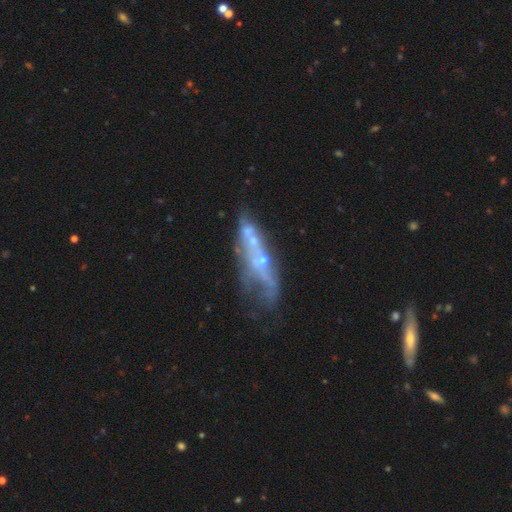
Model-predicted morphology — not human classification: Smooth or featured?
  - featured or disk: 64% *
  - smooth: 22%
  - star or artifact: 14%
Edge-on disk?
  - no: 71% *
  - yes: 29%
Merging?
  - none: 38% *
  - merger: 25%
  - major disturbance: 19%
  - minor disturbance: 18%